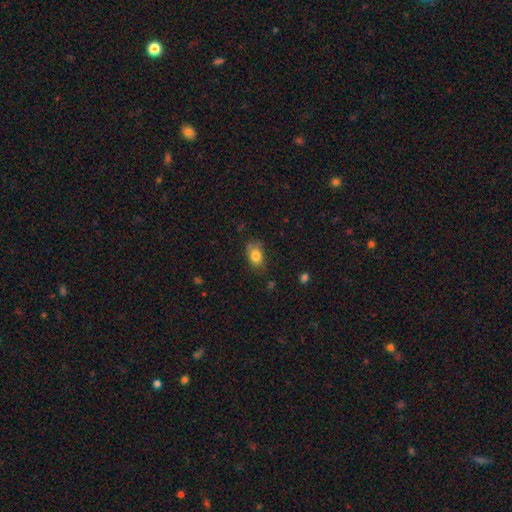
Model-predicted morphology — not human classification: A smooth galaxy with no disk features (81%) that is in between round and cigar-shaped (77%).

Vote fractions:
- Smooth or featured? smooth: 81% / featured or disk: 10% / star or artifact: 9%
- How rounded? in between: 77% / round: 21% / cigar-shaped: 2%
- Merging? none: 68% / minor disturbance: 24% / major disturbance: 6% / merger: 3%